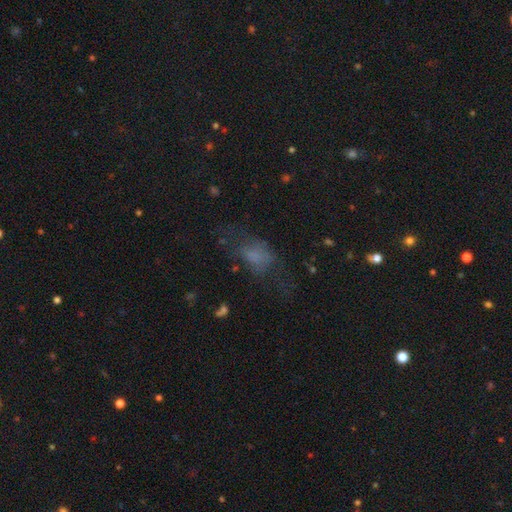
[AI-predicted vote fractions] This appears to be a smooth galaxy with no disk features (57%) that is in between round and cigar-shaped (81%). Merging: none (38%).